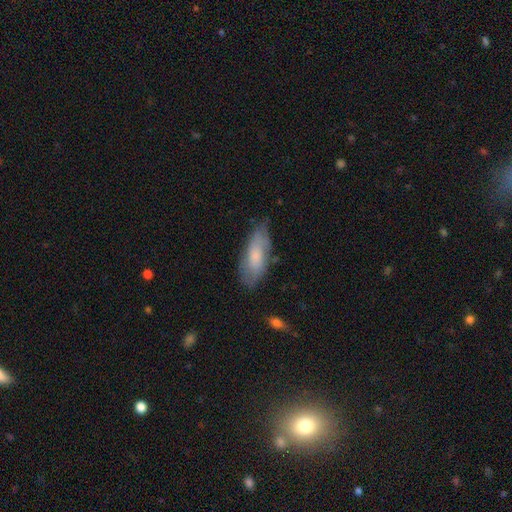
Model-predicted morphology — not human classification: smooth 68%, featured or disk 25%, star or artifact 6%. Down the decision tree: how rounded — in between (69%); merging — none (67%).